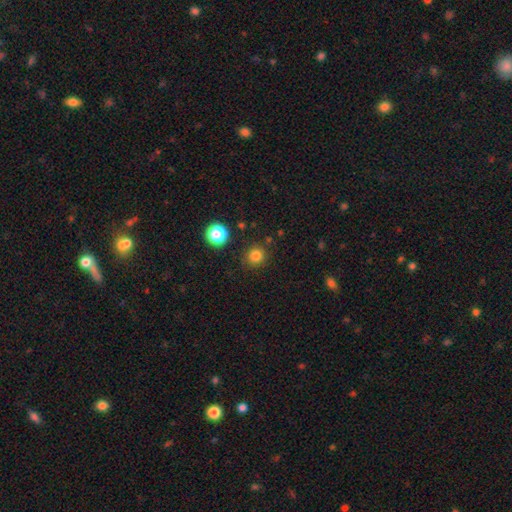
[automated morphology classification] Smooth or featured: smooth — 81% (star or artifact — 14%)
How rounded: round — 92% (in between — 7%)
Merging: none — 87% (minor disturbance — 8%)